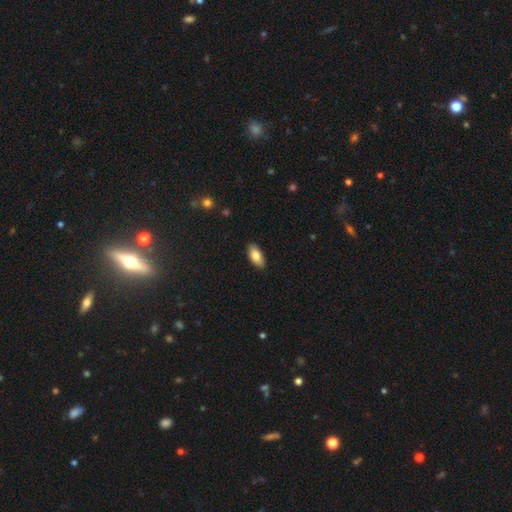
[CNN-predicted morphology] This is clearly a smooth galaxy (83%). How rounded: clearly in between (89%). Merging: clearly none (88%).